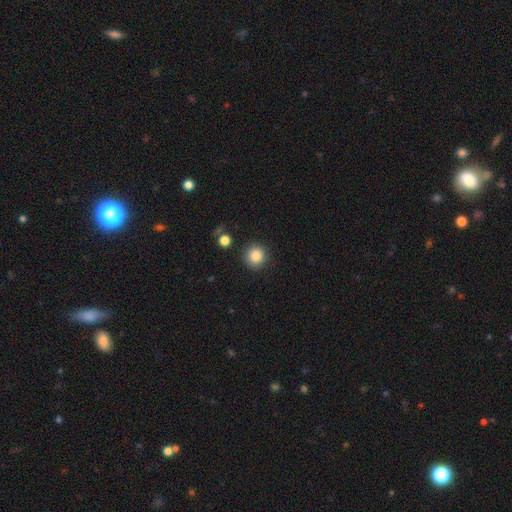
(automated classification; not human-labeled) This appears to be a smooth galaxy with no disk features (85%) that is round (94%). Merging: none (89%).